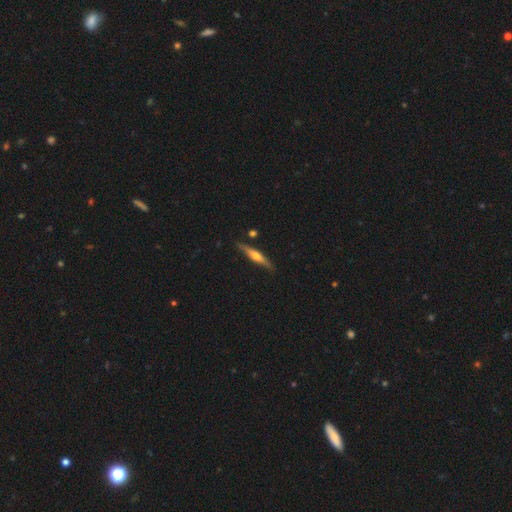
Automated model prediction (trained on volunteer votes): This appears to be a featured or disk galaxy (65%) viewed edge-on (96%) with a rounded central bulge (87%). Merging: none (86%).